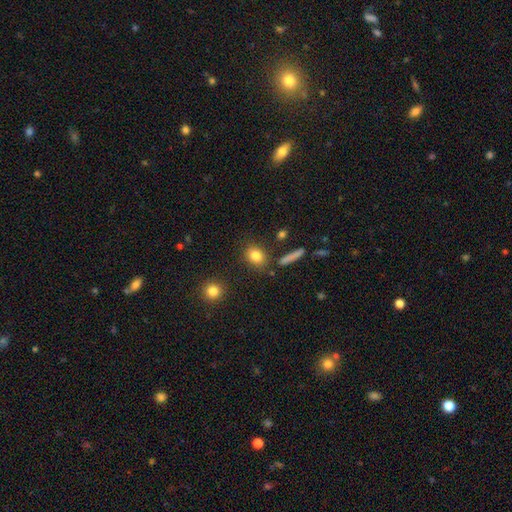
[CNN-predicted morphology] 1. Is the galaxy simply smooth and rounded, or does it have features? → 82% smooth, 10% star or artifact, 8% featured or disk.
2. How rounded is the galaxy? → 58% in between, 39% round, 3% cigar-shaped.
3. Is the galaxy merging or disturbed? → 81% none, 10% minor disturbance, 5% merger, 3% major disturbance.